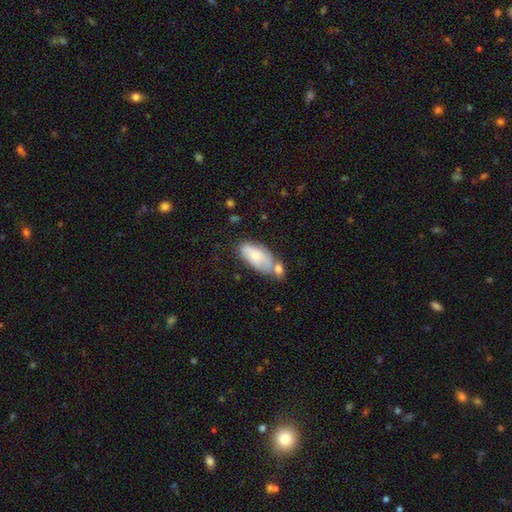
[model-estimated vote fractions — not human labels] smooth-or-featured: smooth: 67% | featured or disk: 27% | star or artifact: 6%
  how-rounded: in between: 91% | cigar-shaped: 6% | round: 3%
  merging: none: 41% | merger: 31% | minor disturbance: 21% | major disturbance: 7%